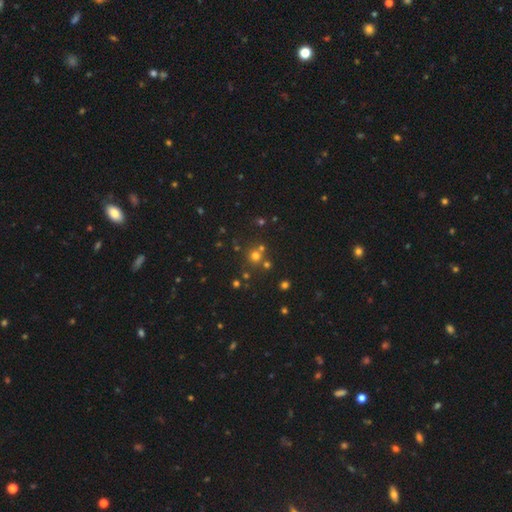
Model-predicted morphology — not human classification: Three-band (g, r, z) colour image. It shows a smooth galaxy with no disk features (62%) that is round (91%). Merging: none (68%).